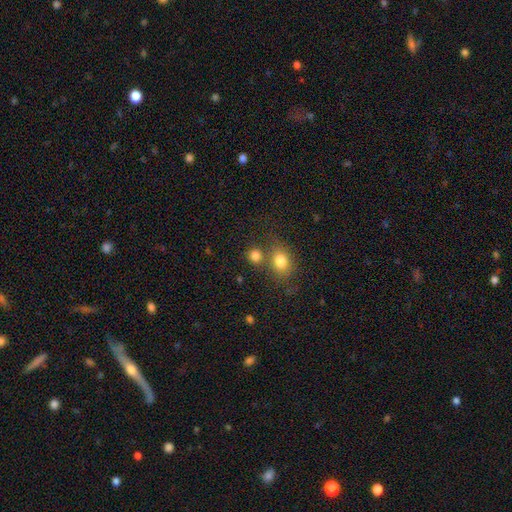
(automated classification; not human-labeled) smooth 81%, star or artifact 12%, featured or disk 7%. Down the decision tree: how rounded — round (76%); merging — none (58%).